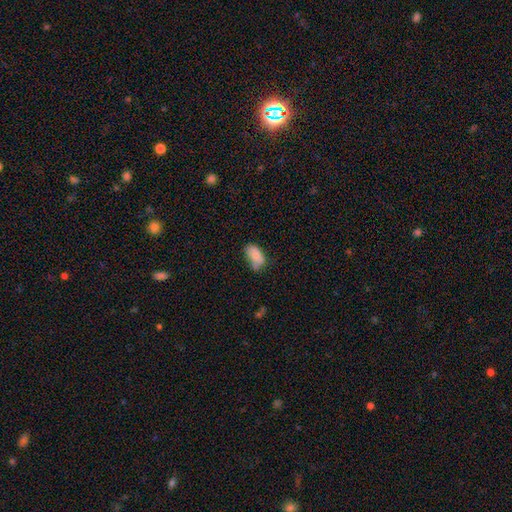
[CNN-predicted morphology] Overall: smooth (80%). How rounded: in between (92%). Merging: none (50%; minor disturbance 33%).